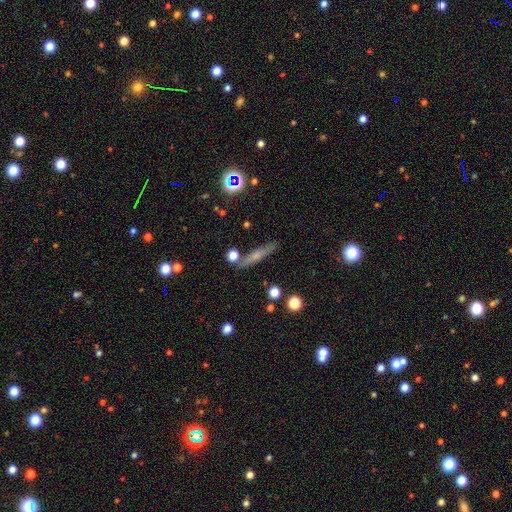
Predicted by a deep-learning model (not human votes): Smooth or featured?
  - smooth: 49% *
  - featured or disk: 40%
  - star or artifact: 11%
Merging?
  - none: 81% *
  - minor disturbance: 11%
  - merger: 5%
  - major disturbance: 3%